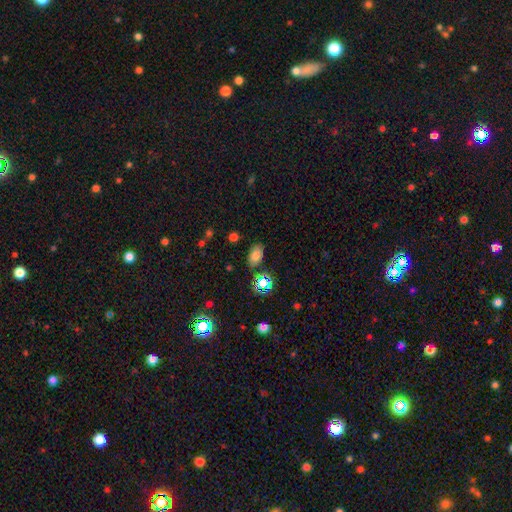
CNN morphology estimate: Smooth or featured?
  - smooth: 70% *
  - star or artifact: 18%
  - featured or disk: 12%
How rounded?
  - in between: 88% *
  - round: 11%
  - cigar-shaped: 2%
Merging?
  - none: 81% *
  - minor disturbance: 12%
  - merger: 4%
  - major disturbance: 3%